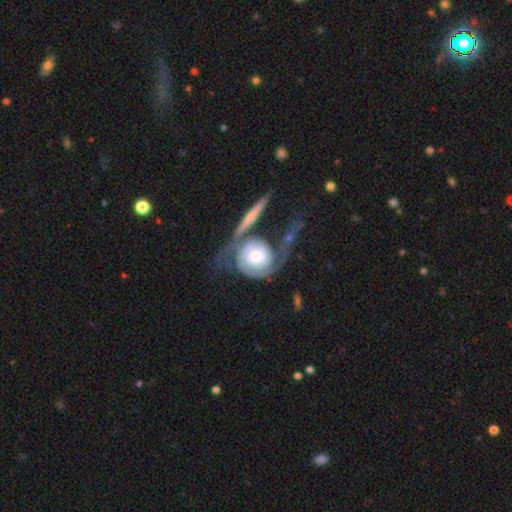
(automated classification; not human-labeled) featured or disk 83%, smooth 13%, star or artifact 5%. Down the decision tree: edge-on disk — no (94%); bar — no (75%); spiral arms — yes (94%); spiral arm count — 2 (82%); spiral winding — tight (46%); bulge size — large (47%); merging — none (38%).